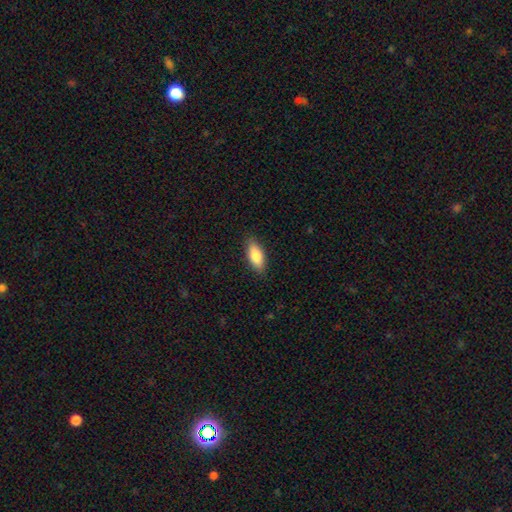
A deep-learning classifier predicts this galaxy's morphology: This appears to be a smooth galaxy with no disk features (82%) that is in between round and cigar-shaped (80%). Merging: none (87%).